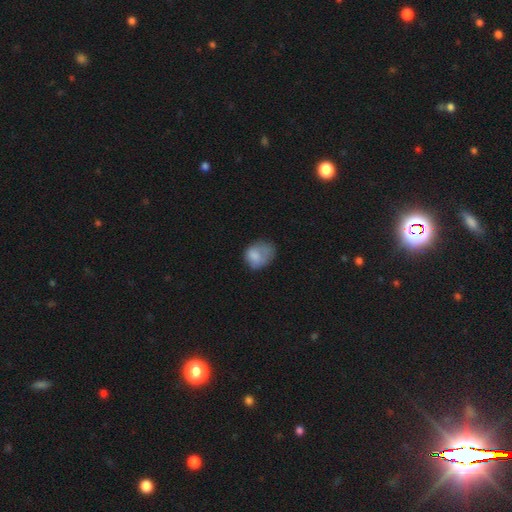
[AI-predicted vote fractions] smooth 74%, featured or disk 17%, star or artifact 8%. Down the decision tree: how rounded — in between (57%); merging — none (35%, tied with minor disturbance).